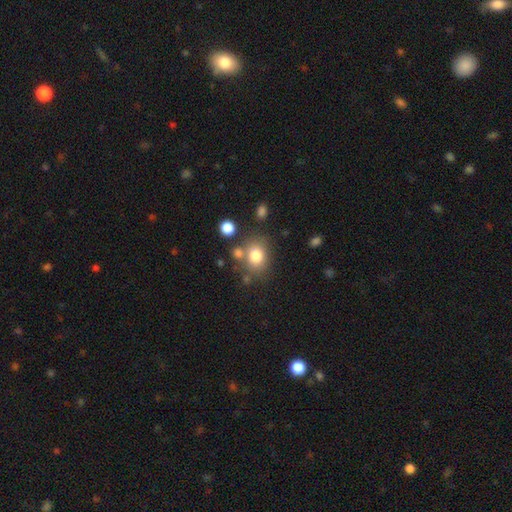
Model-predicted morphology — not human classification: This appears to be a smooth galaxy with no disk features (78%) that is round (57%). Merging: none (66%).